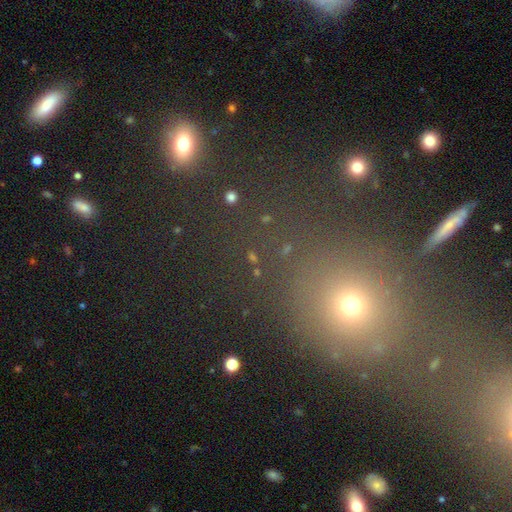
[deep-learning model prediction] smooth-or-featured: smooth: 51% | star or artifact: 39% | featured or disk: 10%
  how-rounded: round: 65% | in between: 31% | cigar-shaped: 4%
  merging: none: 77% | minor disturbance: 10% | merger: 7% | major disturbance: 6%